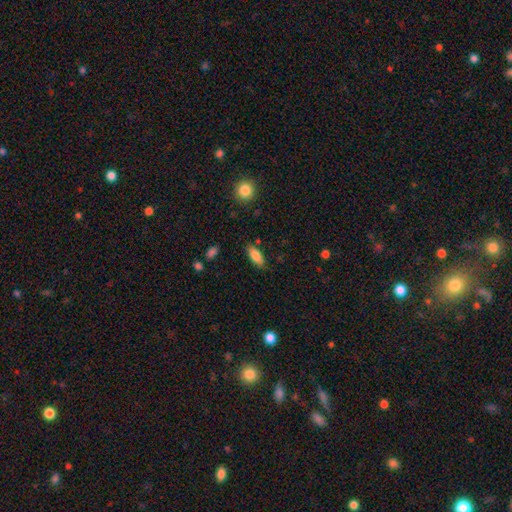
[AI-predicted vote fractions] Overall: smooth (84%). How rounded: in between (82%). Merging: none (83%).